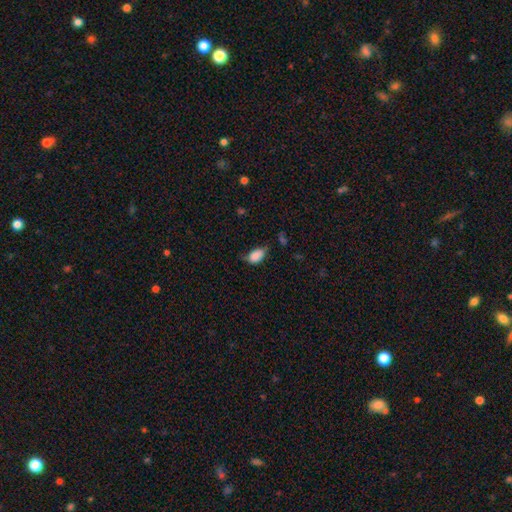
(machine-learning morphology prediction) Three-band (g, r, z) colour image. It shows a smooth galaxy with no disk features (86%) that is in between round and cigar-shaped (91%). Merging: none (48%).